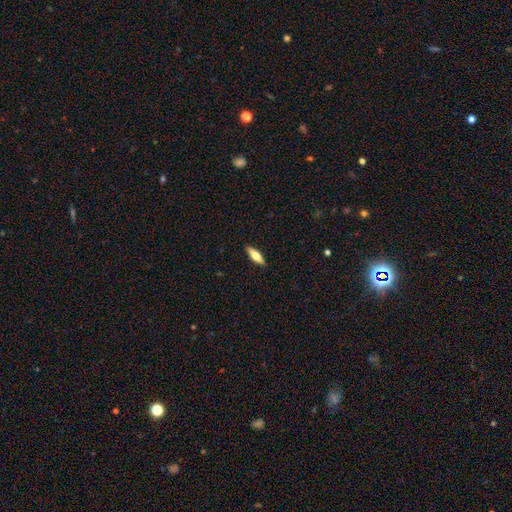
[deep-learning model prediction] Smooth or featured: smooth — 58% (featured or disk — 36%)
How rounded: cigar-shaped — 53% (in between — 44%)
Merging: none — 90% (minor disturbance — 7%)